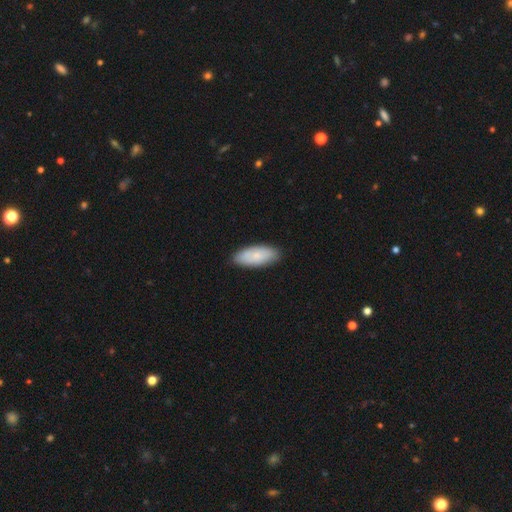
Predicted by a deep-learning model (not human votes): smooth_or_featured: smooth (p=0.76) [alt: featured or disk p=0.19]
how_rounded: in between (p=0.86) [alt: cigar-shaped p=0.12]
merging: none (p=0.86) [alt: minor disturbance p=0.11]